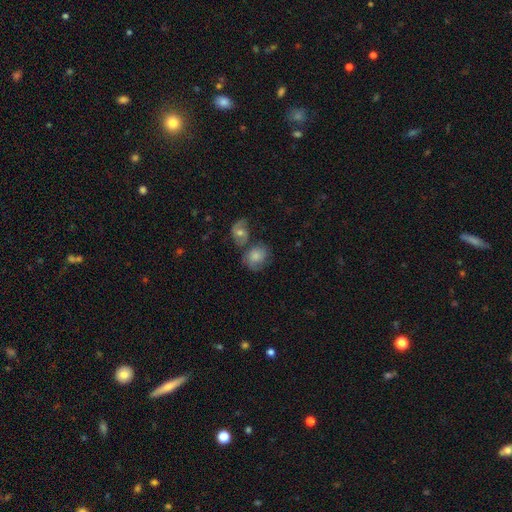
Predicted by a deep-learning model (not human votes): Overall: smooth (54%; featured or disk 38%). How rounded: round (60%; in between 39%). Merging: none (41%; merger 31%).